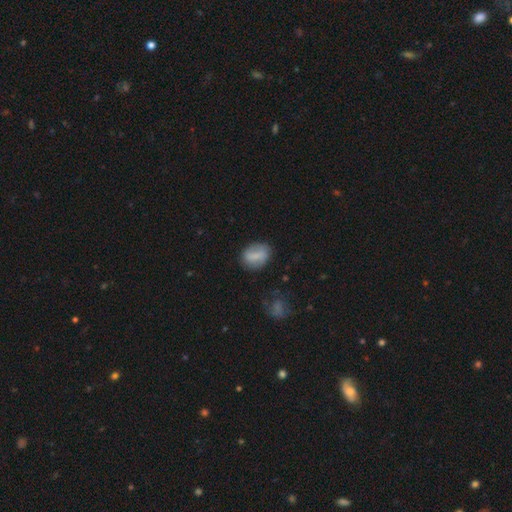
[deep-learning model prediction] Overall: smooth (69%). How rounded: in between (69%; round 29%). Merging: none (73%).